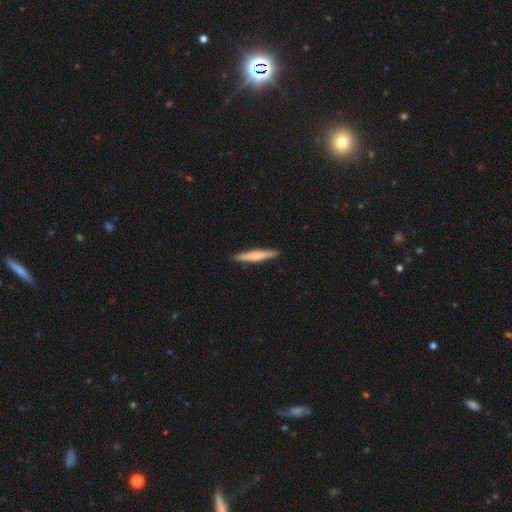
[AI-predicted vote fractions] This is possibly a smooth galaxy (57%). How rounded: clearly cigar-shaped (94%). Merging: clearly none (91%).